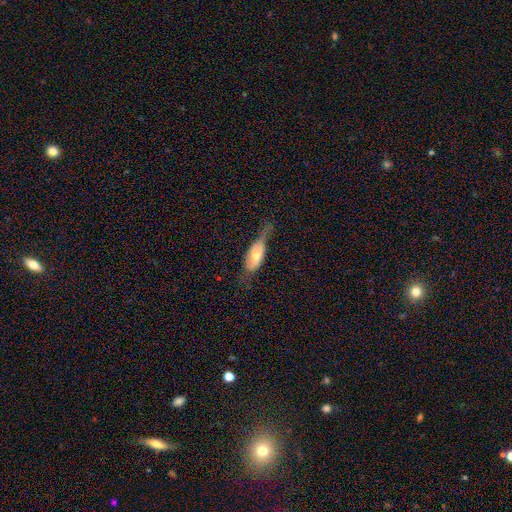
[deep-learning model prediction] Smooth or featured? Predicted: smooth (p=0.57). How rounded? Predicted: in between (p=0.79). Merging? Predicted: minor disturbance (p=0.35).